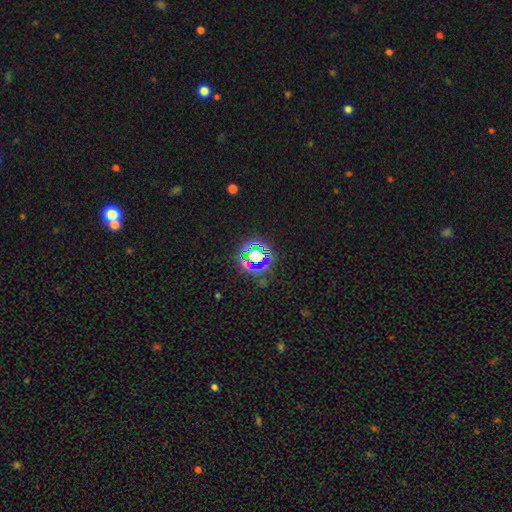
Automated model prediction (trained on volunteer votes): Smooth or featured? Predicted: star or artifact (p=0.71).